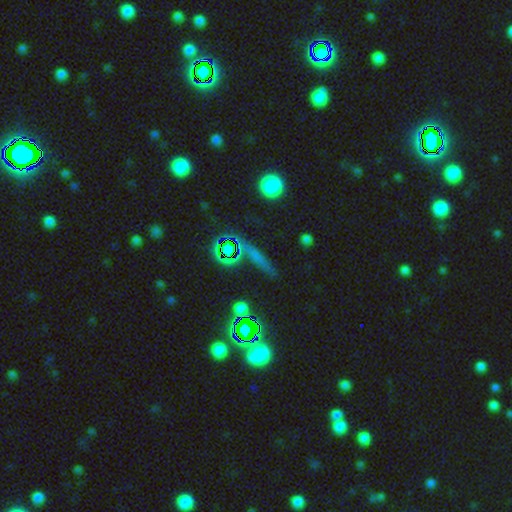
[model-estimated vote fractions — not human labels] Morphology: type=star or artifact (44%).